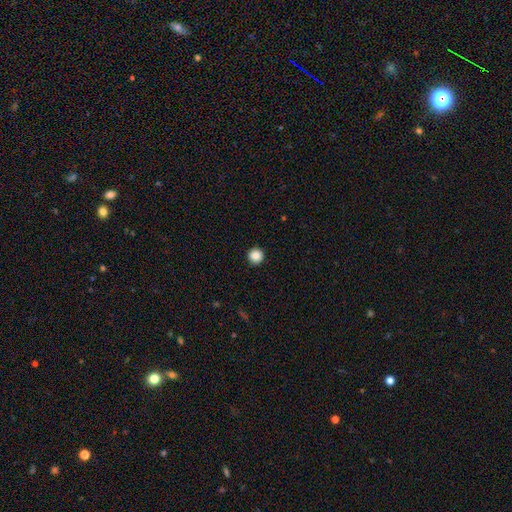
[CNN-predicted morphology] This appears to be a smooth galaxy with no disk features (87%) that is round (96%). Merging: none (93%).